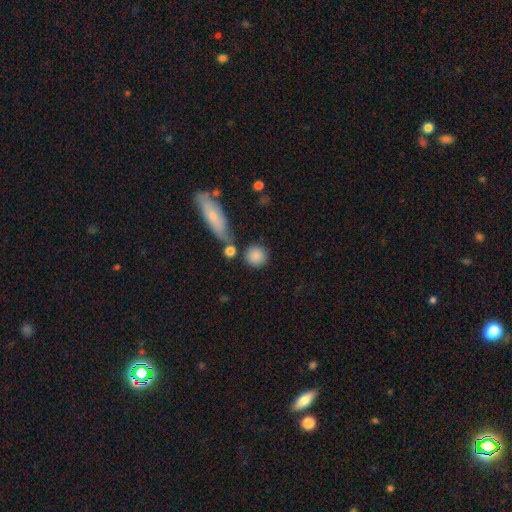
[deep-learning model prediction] Smooth or featured? Predicted: smooth (p=0.85). How rounded? Predicted: round (p=0.86). Merging? Predicted: none (p=0.72).